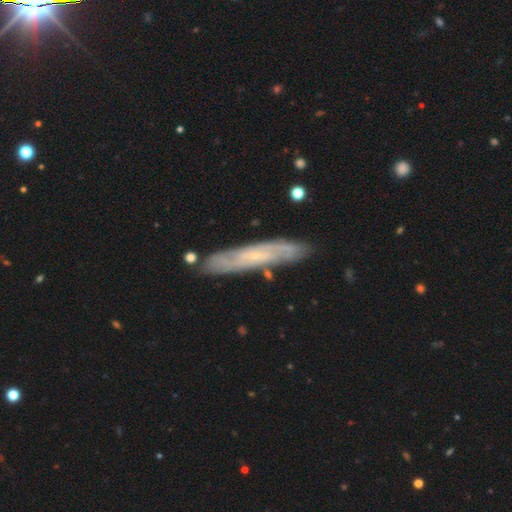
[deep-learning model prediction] smooth_or_featured: featured or disk (p=0.63) [alt: smooth p=0.30]
disk_edge_on: yes (p=0.50) [tied with: no p=0.50]
merging: none (p=0.83) [alt: minor disturbance p=0.12]